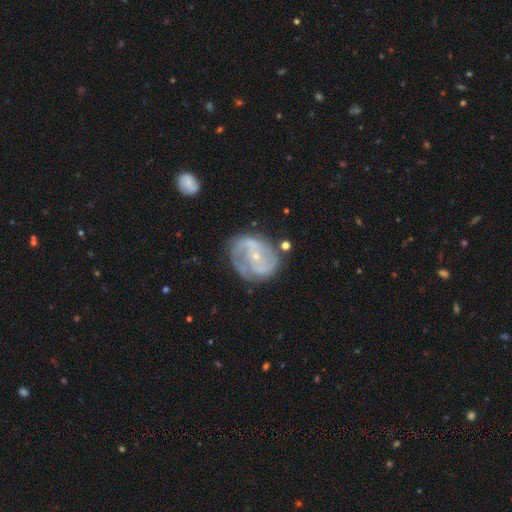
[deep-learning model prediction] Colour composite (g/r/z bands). It shows a featured or disk galaxy (84%) with no bar (54%), 2 (61%) tight (44%) spiral arms (91%) and a small central bulge (78%). Merging: none (62%).